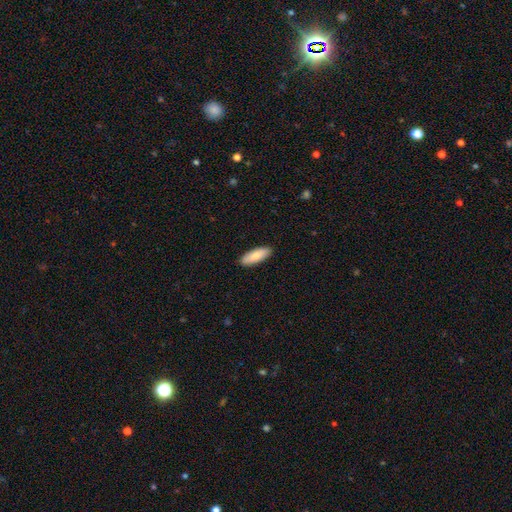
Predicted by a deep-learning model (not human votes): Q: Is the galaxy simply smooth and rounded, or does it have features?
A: smooth — 80%.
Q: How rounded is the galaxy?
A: in between — 68%.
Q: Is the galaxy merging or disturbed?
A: none — 90%.